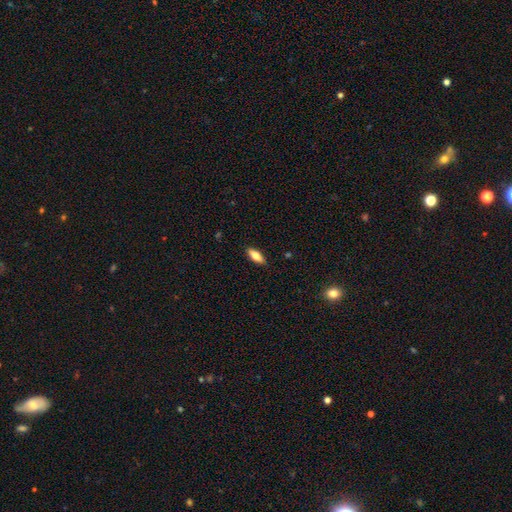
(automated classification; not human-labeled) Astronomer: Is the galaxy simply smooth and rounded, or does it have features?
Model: smooth — 74%.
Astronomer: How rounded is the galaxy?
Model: in between — 69%.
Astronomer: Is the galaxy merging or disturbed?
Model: none — 89%.